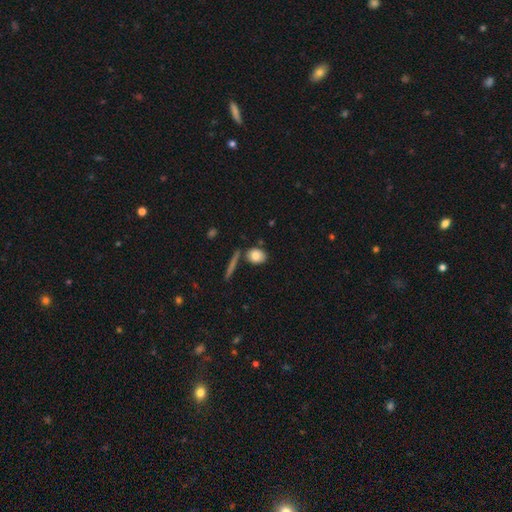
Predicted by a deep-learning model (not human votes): A smooth galaxy with no disk features (81%) that is in between round and cigar-shaped (52%).

Vote fractions:
- Smooth or featured? smooth: 81% / featured or disk: 11% / star or artifact: 8%
- How rounded? in between: 52% / round: 43% / cigar-shaped: 5%
- Merging? none: 70% / minor disturbance: 14% / merger: 12% / major disturbance: 5%